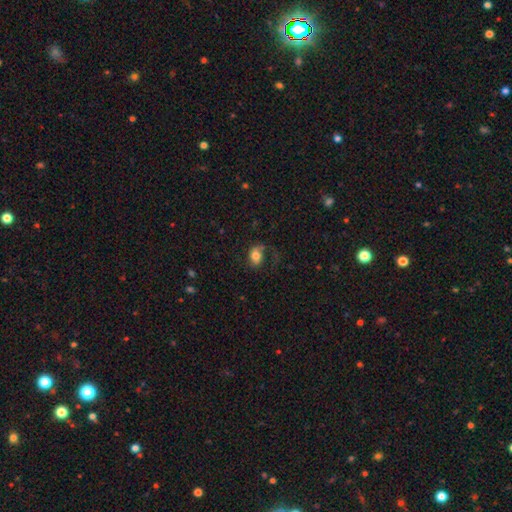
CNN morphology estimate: A smooth galaxy with no disk features (64%) that is in between round and cigar-shaped (69%). Merging: none (46%).